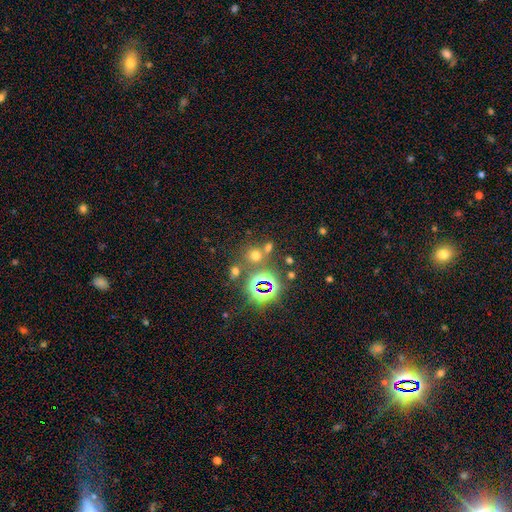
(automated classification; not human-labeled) Overall: smooth (53%; star or artifact 39%). How rounded: round (85%). Merging: none (68%).